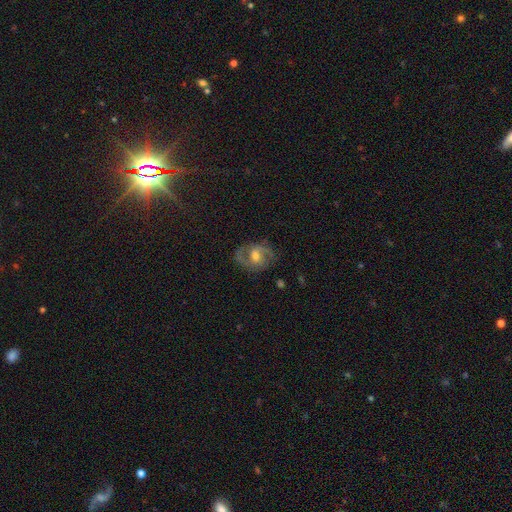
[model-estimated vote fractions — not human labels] Morphology: type=featured or disk (73%); edge-on=no (97%); bar=no (45%); spiral arms=yes (87%); winding=medium (52%); arm count=2 (79%); bulge=moderate (65%); merging=none (71%).